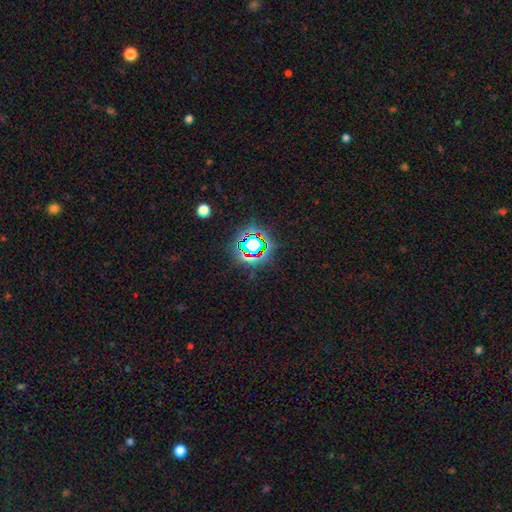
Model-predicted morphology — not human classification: Smooth or featured? star or artifact (73%)